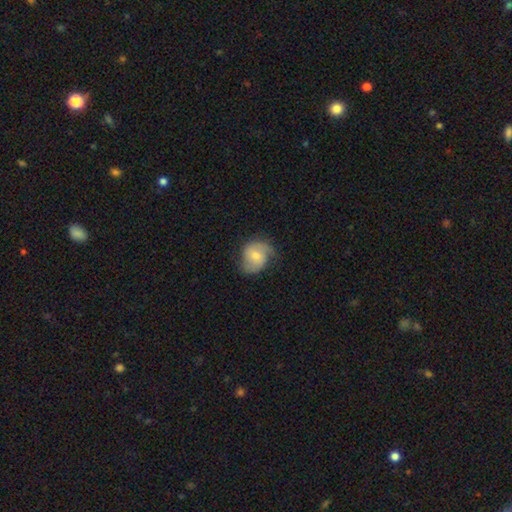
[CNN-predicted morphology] Smooth or featured?
  - featured or disk: 48% *
  - smooth: 45%
  - star or artifact: 7%
Merging?
  - none: 60% *
  - minor disturbance: 28%
  - major disturbance: 11%
  - merger: 1%